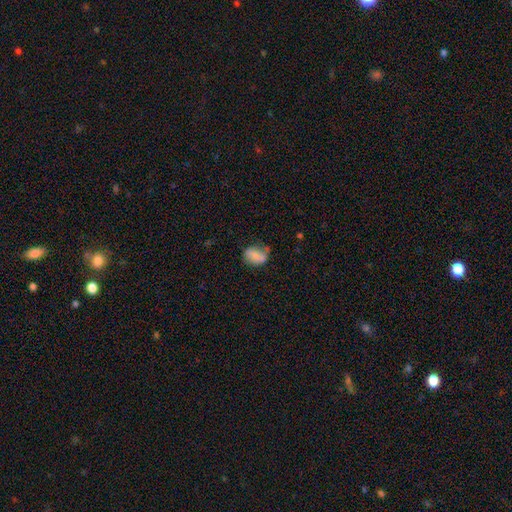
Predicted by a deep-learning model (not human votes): This appears to be a smooth galaxy with no disk features (67%) that is in between round and cigar-shaped (68%). Merging: none (48%).